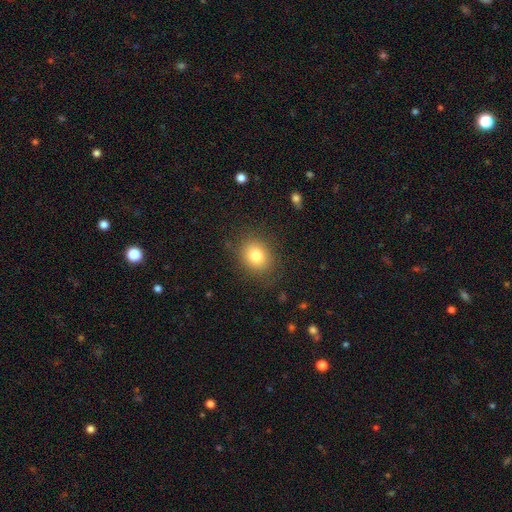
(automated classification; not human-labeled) Morphology: type=smooth (79%); roundness=round (60%); merging=none (83%).